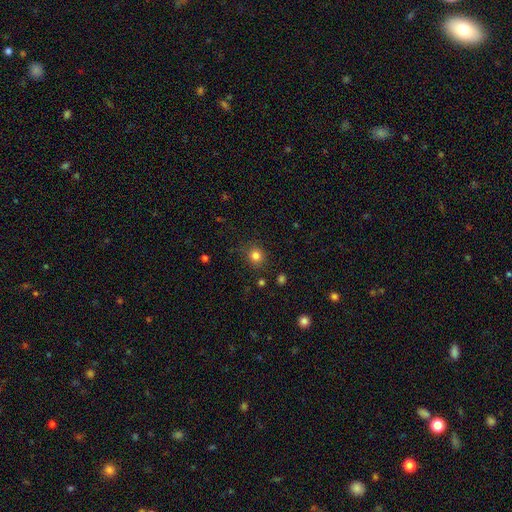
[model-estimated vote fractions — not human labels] smooth 81%, star or artifact 13%, featured or disk 5%. Down the decision tree: how rounded — round (86%); merging — none (85%).